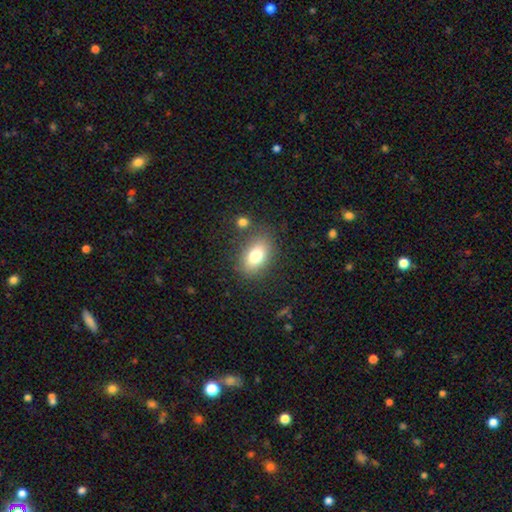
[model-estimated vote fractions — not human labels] The model was most divided on "smooth or featured": smooth: 77%, featured or disk: 13%, star or artifact: 10%. More confident: how rounded — in between (81%); merging — none (78%).